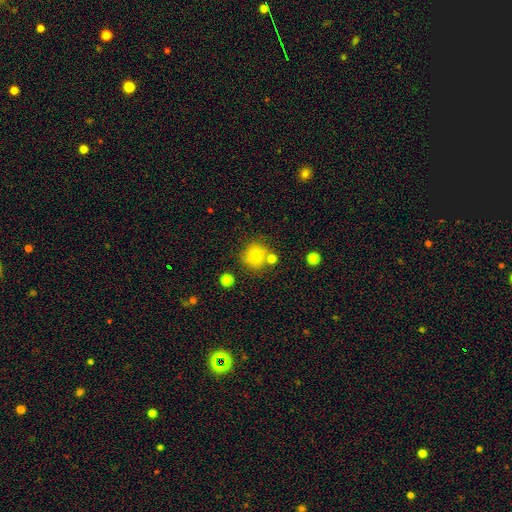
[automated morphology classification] Smooth or featured? smooth (80%)
How rounded? round (88%)
Merging? none (71%)